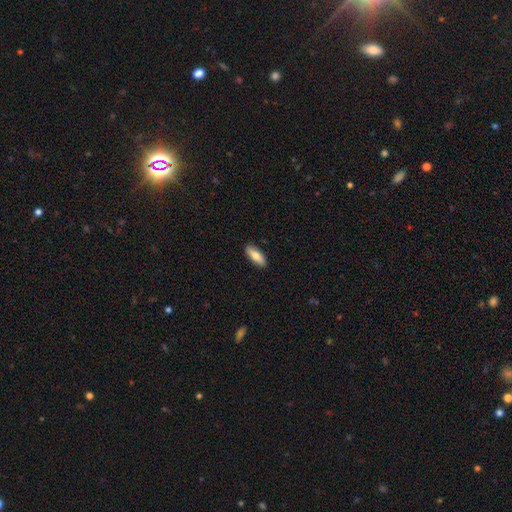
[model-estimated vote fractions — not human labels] Smooth or featured: smooth — 78% (featured or disk — 16%)
How rounded: in between — 64% (cigar-shaped — 34%)
Merging: none — 89% (minor disturbance — 8%)